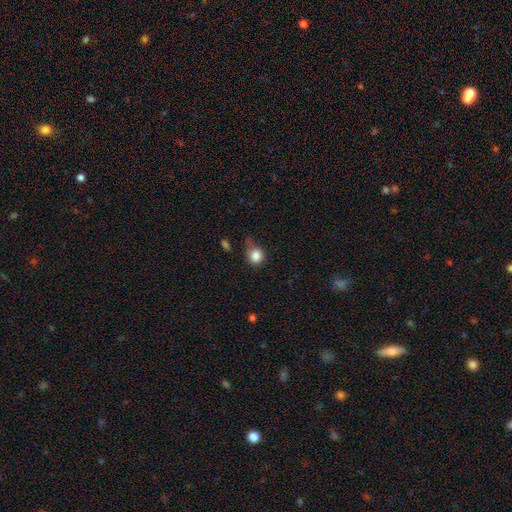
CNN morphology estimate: Overall: smooth (84%). How rounded: round (83%). Merging: none (50%; minor disturbance 32%).